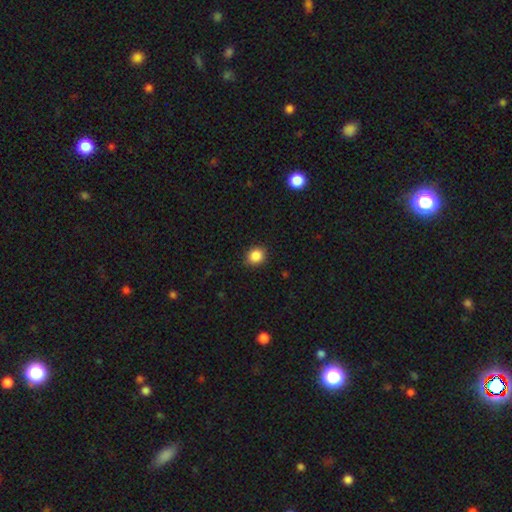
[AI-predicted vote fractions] A smooth galaxy with no disk features (87%) that is round (77%).

Vote fractions:
- Smooth or featured? smooth: 87% / star or artifact: 10% / featured or disk: 3%
- How rounded? round: 77% / in between: 22% / cigar-shaped: 1%
- Merging? none: 89% / minor disturbance: 8% / major disturbance: 2% / merger: 1%